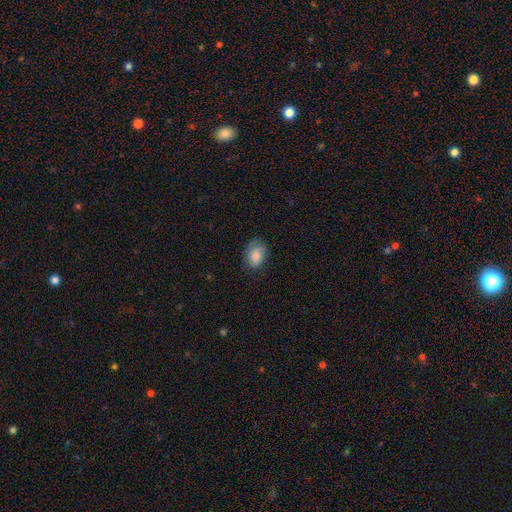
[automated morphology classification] type=smooth (78%); roundness=in between (80%); merging=none (65%).